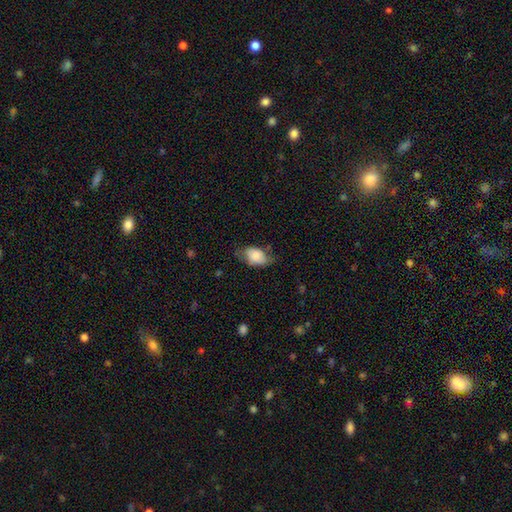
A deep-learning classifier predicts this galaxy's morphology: Smooth or featured? Predicted: smooth (p=0.81). How rounded? Predicted: in between (p=0.88). Merging? Predicted: none (p=0.52).